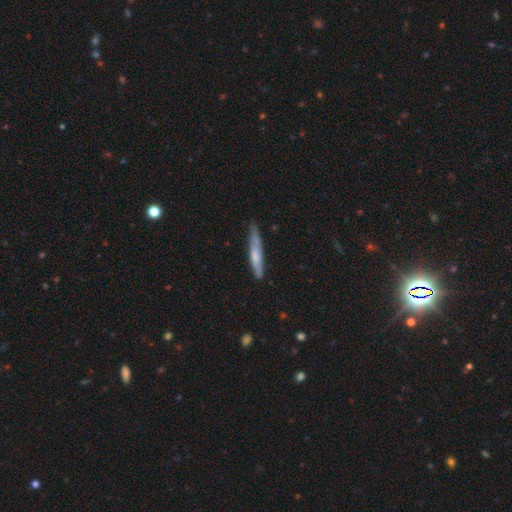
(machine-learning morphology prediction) A smooth galaxy with no disk features (60%) that is cigar-shaped (93%).

Vote fractions:
- Smooth or featured? smooth: 60% / featured or disk: 34% / star or artifact: 6%
- How rounded? cigar-shaped: 93% / in between: 6% / round: 1%
- Merging? none: 75% / minor disturbance: 20% / major disturbance: 3% / merger: 2%